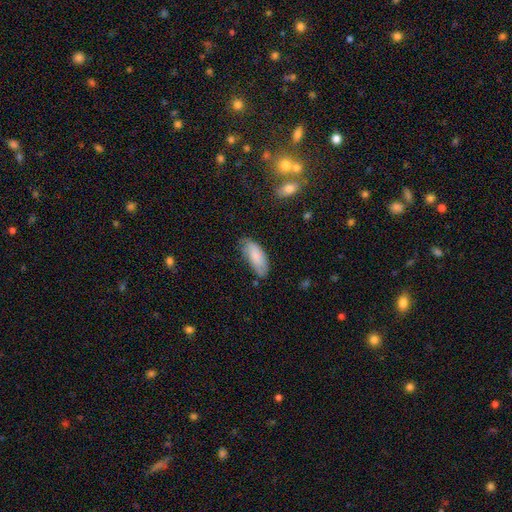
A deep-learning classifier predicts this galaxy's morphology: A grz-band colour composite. It shows a smooth galaxy with no disk features (82%) that is in between round and cigar-shaped (82%). Merging: none (64%).